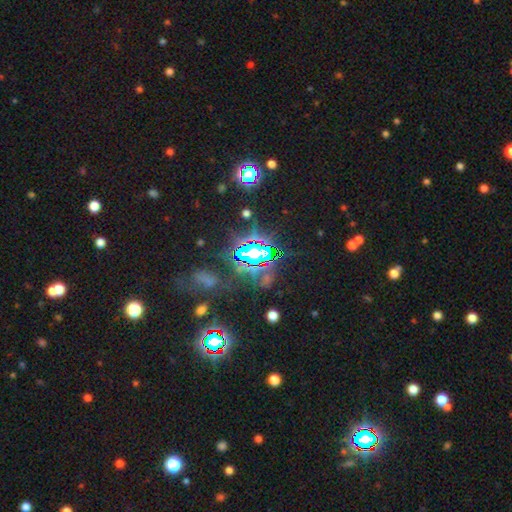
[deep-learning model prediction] Smooth or featured? star or artifact (76%)